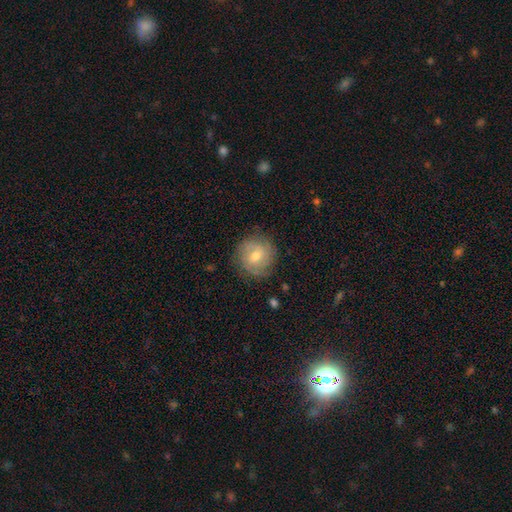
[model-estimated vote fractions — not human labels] This appears to be a featured or disk galaxy (67%) with no bar (59%), tight (63%) spiral arms (90%) and a moderate central bulge (53%). Merging: none (82%).